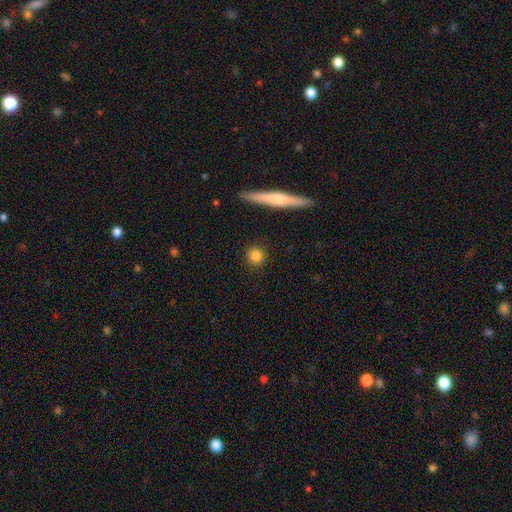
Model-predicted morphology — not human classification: Overall: smooth (83%). How rounded: round (89%). Merging: none (90%).